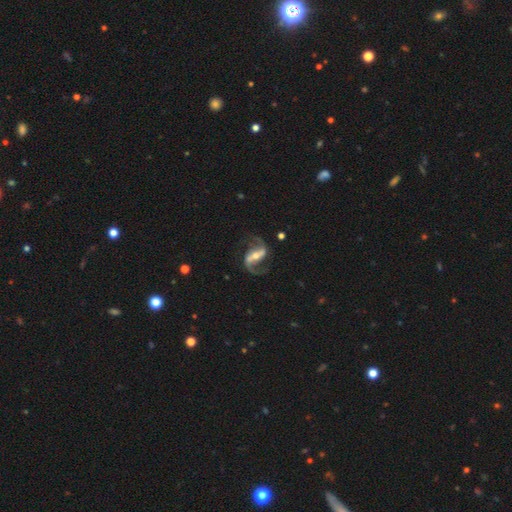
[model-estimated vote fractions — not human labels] Smooth or featured: featured or disk — 92% (star or artifact — 4%)
Edge-on disk: no — 97% (yes — 3%)
Bar: strong — 55% (weak — 29%)
Spiral arms: yes — 97% (no — 3%)
Spiral winding: loose — 55% (medium — 38%)
Spiral arm count: 2 — 93% (1 — 2%)
Bulge size: moderate — 56% (small — 37%)
Merging: none — 78% (minor disturbance — 12%)